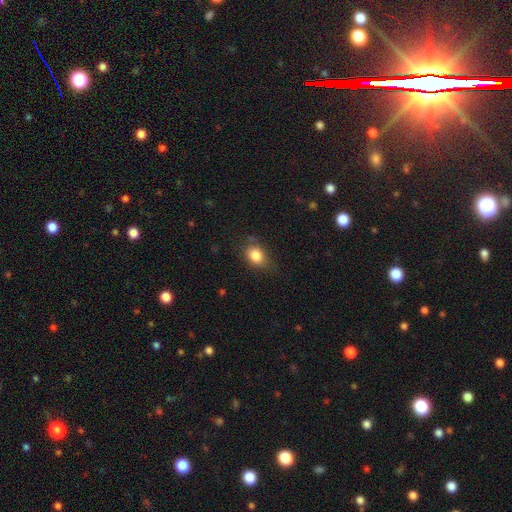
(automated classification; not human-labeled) A smooth galaxy with no disk features (83%) that is in between round and cigar-shaped (66%).

Vote fractions:
- Smooth or featured? smooth: 83% / star or artifact: 9% / featured or disk: 7%
- How rounded? in between: 66% / round: 33% / cigar-shaped: 1%
- Merging? none: 72% / minor disturbance: 21% / major disturbance: 5% / merger: 2%